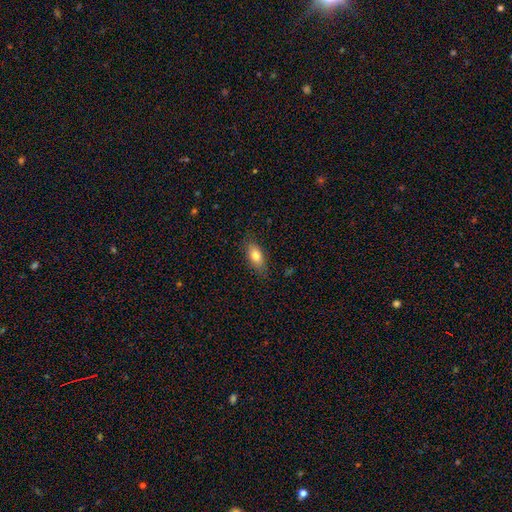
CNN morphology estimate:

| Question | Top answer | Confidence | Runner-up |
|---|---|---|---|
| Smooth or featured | smooth | 77% | featured or disk (15%) |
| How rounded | in between | 84% | cigar-shaped (10%) |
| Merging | none | 80% | minor disturbance (15%) |